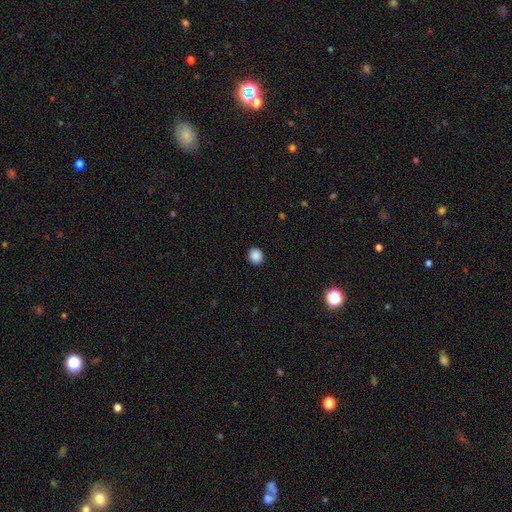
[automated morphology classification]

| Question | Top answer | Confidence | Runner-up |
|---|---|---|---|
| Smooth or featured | smooth | 88% | star or artifact (9%) |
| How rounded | round | 82% | in between (17%) |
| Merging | none | 92% | minor disturbance (5%) |